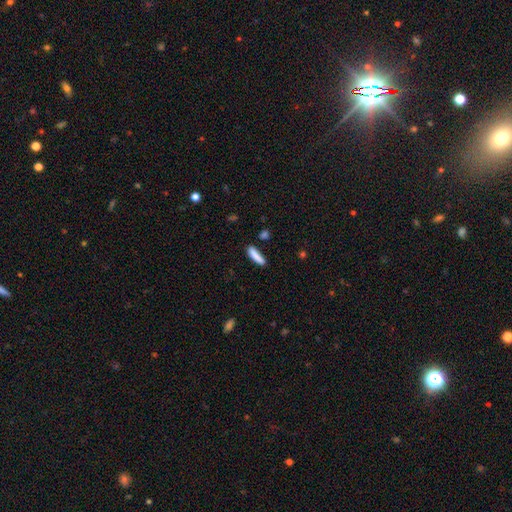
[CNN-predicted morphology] This appears to be a smooth galaxy with no disk features (85%) that is cigar-shaped (80%). Merging: none (77%).